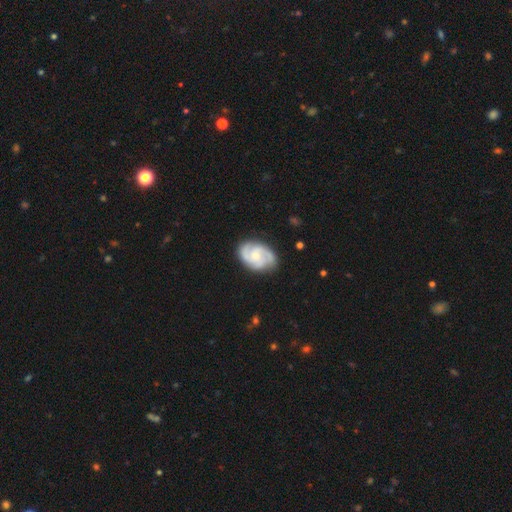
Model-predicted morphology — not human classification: Smooth or featured: featured or disk — 85% (smooth — 11%)
Edge-on disk: no — 98% (yes — 2%)
Bar: no — 65% (weak — 30%)
Spiral arms: yes — 97% (no — 3%)
Spiral winding: medium — 46% (tight — 45%)
Spiral arm count: 3 — 51% (2 — 30%)
Bulge size: small — 52% (moderate — 41%)
Merging: none — 79% (minor disturbance — 16%)